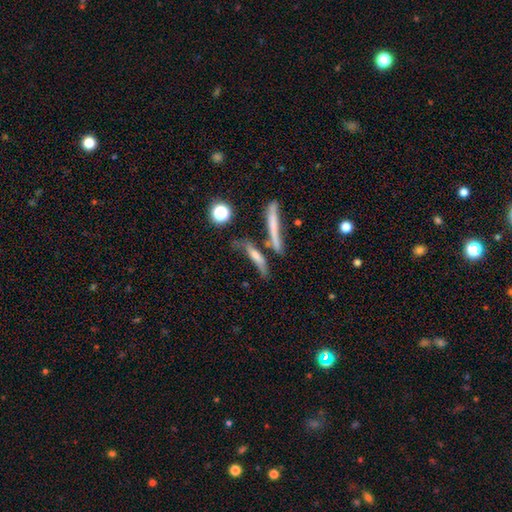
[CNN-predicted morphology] A smooth galaxy with no disk features (49%). Merging: none (49%).